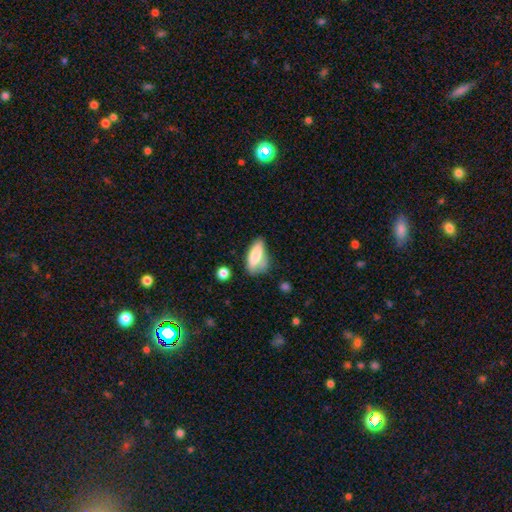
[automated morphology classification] This appears to be a smooth galaxy with no disk features (77%) that is in between round and cigar-shaped (76%). Merging: none (47%).